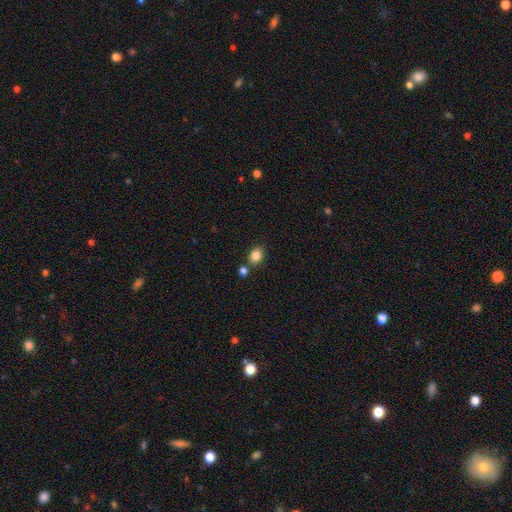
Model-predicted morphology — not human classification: smooth 84%, star or artifact 10%, featured or disk 6%. Down the decision tree: how rounded — in between (59%); merging — none (73%).